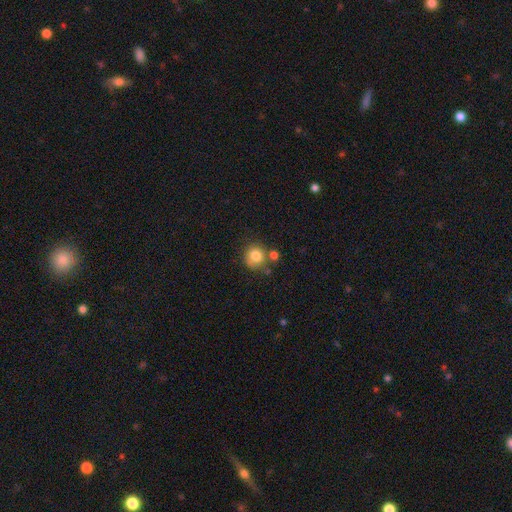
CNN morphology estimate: The model was most divided on "merging": none: 67%, merger: 15%, minor disturbance: 15%, major disturbance: 4%. More confident: how rounded — round (89%); smooth or featured — smooth (81%).